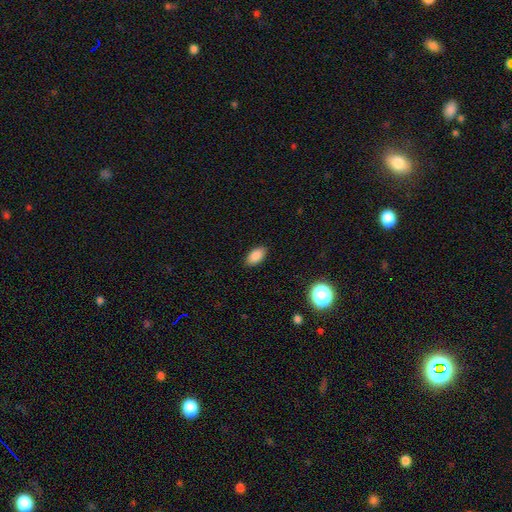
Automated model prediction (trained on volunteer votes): A smooth galaxy with no disk features (86%) that is in between round and cigar-shaped (92%).

Vote fractions:
- Smooth or featured? smooth: 86% / star or artifact: 9% / featured or disk: 5%
- How rounded? in between: 92% / round: 5% / cigar-shaped: 2%
- Merging? none: 87% / minor disturbance: 10% / major disturbance: 2% / merger: 1%